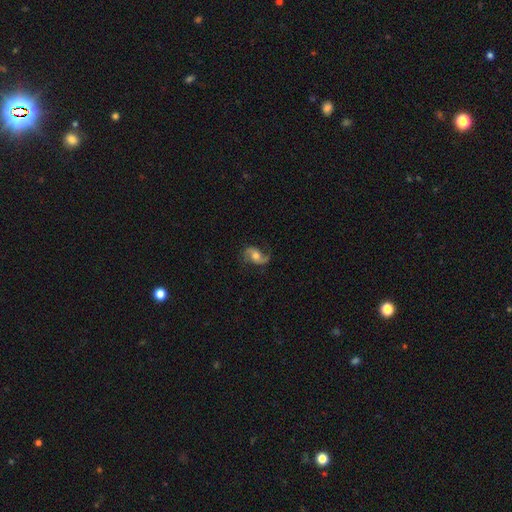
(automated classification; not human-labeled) A featured or disk galaxy (82%) with no bar (57%), 2 (92%) loose (55%) spiral arms (96%) and a moderate central bulge (66%). Merging: none (76%).